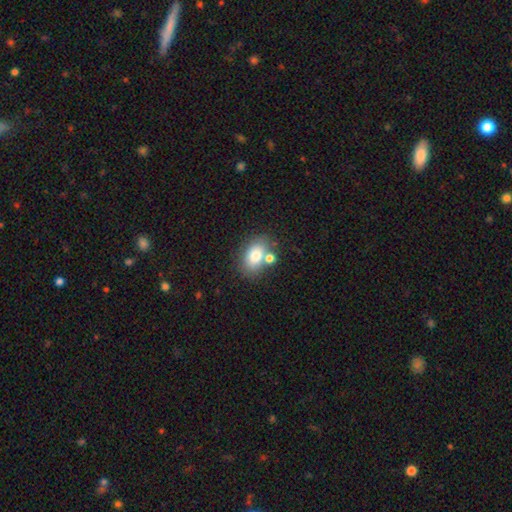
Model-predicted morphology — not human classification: type=smooth (76%); roundness=in between (79%); merging=none (61%).